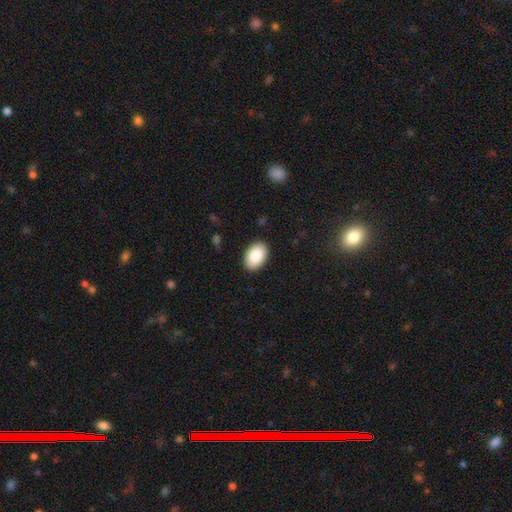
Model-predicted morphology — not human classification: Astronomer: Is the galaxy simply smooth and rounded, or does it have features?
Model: smooth — 89%.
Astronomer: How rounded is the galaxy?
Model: in between — 89%.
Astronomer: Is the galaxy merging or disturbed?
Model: none — 88%.